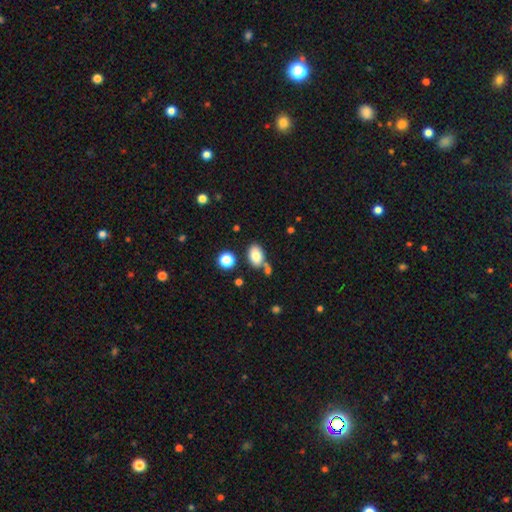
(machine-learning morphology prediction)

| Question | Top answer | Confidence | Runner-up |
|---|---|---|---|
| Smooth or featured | smooth | 81% | featured or disk (10%) |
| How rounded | in between | 86% | round (12%) |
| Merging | none | 68% | merger (14%) |